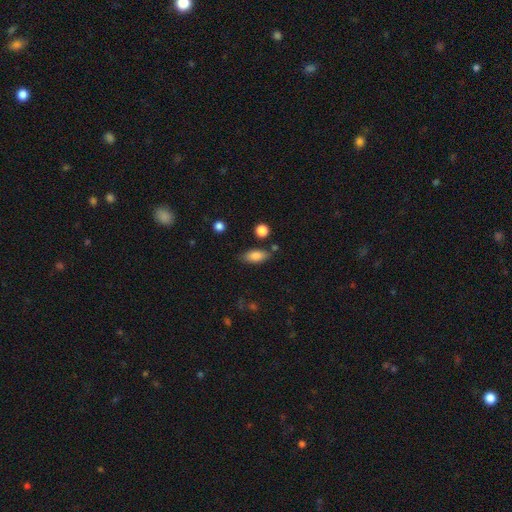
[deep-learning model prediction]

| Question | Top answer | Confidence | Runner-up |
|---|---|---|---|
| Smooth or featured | smooth | 84% | featured or disk (9%) |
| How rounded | in between | 85% | cigar-shaped (11%) |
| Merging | none | 76% | minor disturbance (15%) |